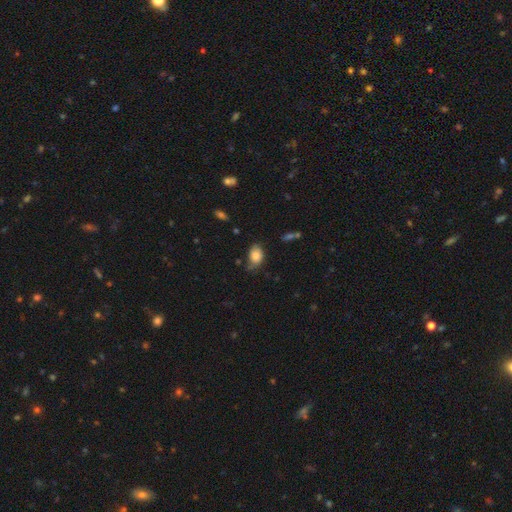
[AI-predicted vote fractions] Overall: smooth (80%). How rounded: in between (80%). Merging: none (51%; minor disturbance 36%).